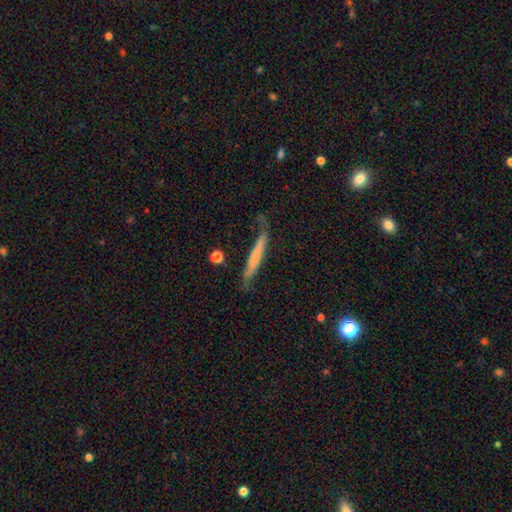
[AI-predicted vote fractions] Morphology: type=smooth (60%); roundness=cigar-shaped (95%); merging=none (65%).